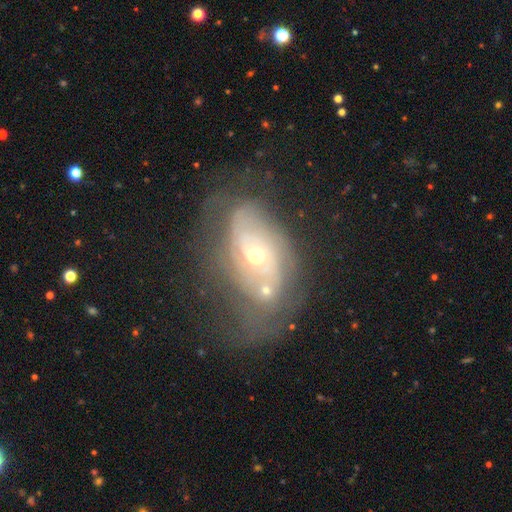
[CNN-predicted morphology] Q: Smooth or featured?
A: featured or disk (67%); runner-up: smooth (23%)
Q: Edge-on disk?
A: no (94%); runner-up: yes (6%)
Q: Bar?
A: no (73%); runner-up: weak (21%)
Q: Spiral arms?
A: yes (66%); runner-up: no (34%)
Q: Bulge size?
A: small (47%); tied with: moderate (47%)
Q: Merging?
A: none (32%); runner-up: major disturbance (27%)